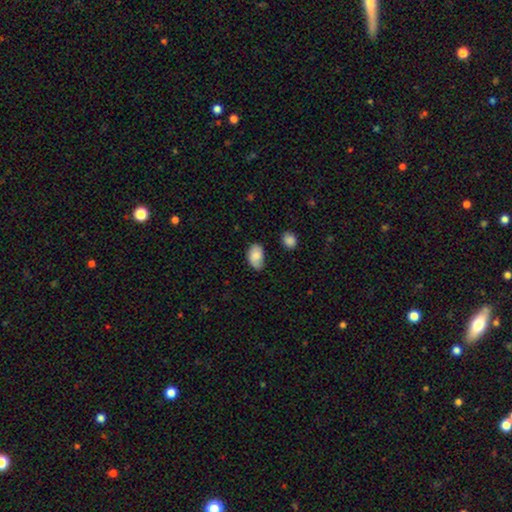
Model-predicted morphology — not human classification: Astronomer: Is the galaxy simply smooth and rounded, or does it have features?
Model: smooth — 78%.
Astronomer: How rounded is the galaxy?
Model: in between — 91%.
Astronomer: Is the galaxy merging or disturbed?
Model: none — 59%.